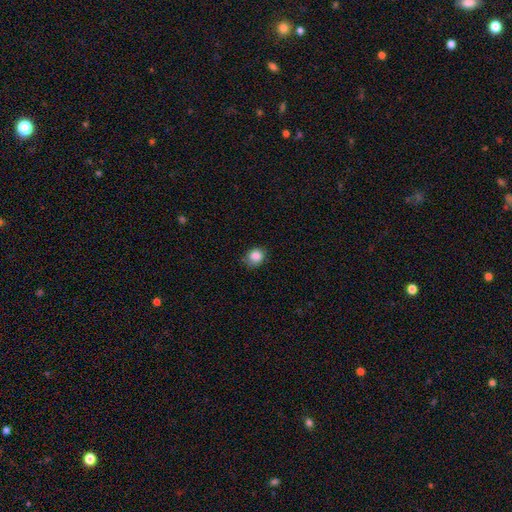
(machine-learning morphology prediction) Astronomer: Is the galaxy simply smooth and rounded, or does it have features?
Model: smooth — 85%.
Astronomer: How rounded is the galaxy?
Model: round — 69%.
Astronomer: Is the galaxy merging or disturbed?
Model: none — 71%.